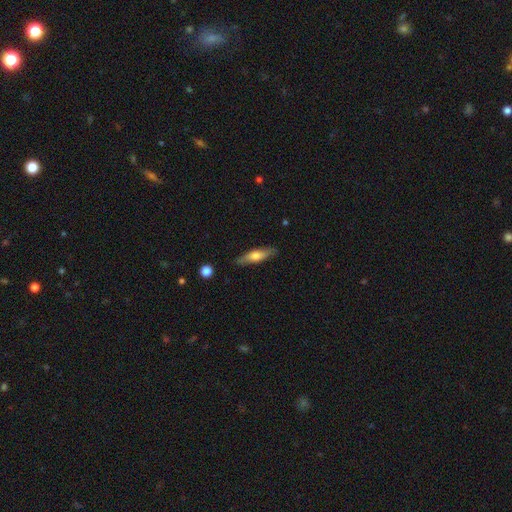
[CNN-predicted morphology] Smooth or featured: smooth — 52% (featured or disk — 42%)
How rounded: cigar-shaped — 70% (in between — 28%)
Merging: none — 85% (minor disturbance — 11%)